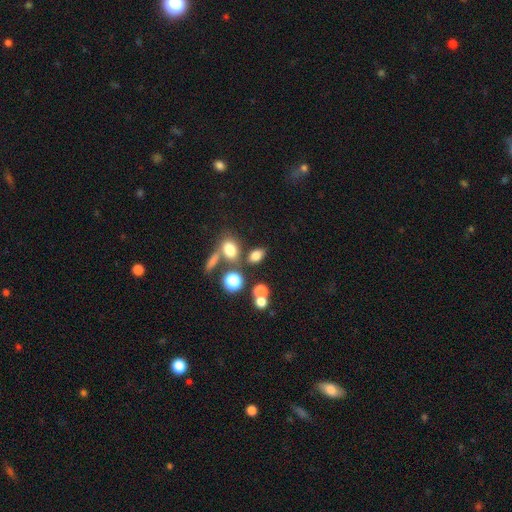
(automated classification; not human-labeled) This appears to be a smooth galaxy with no disk features (77%) that is in between round and cigar-shaped (80%). Merging: none (61%).